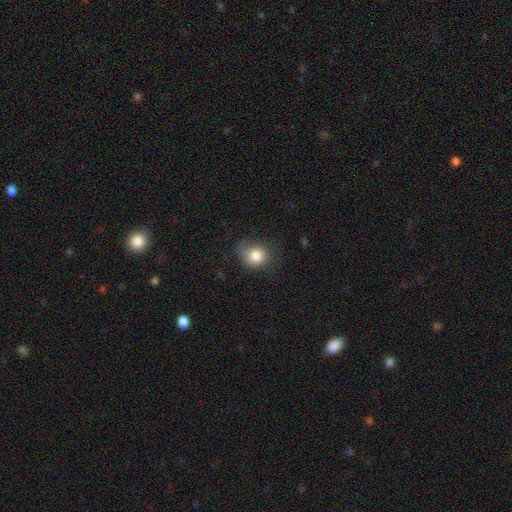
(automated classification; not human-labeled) Smooth or featured?
  - smooth: 82% *
  - star or artifact: 10%
  - featured or disk: 8%
How rounded?
  - round: 67% *
  - in between: 32%
  - cigar-shaped: 1%
Merging?
  - none: 61% *
  - minor disturbance: 27%
  - major disturbance: 11%
  - merger: 1%